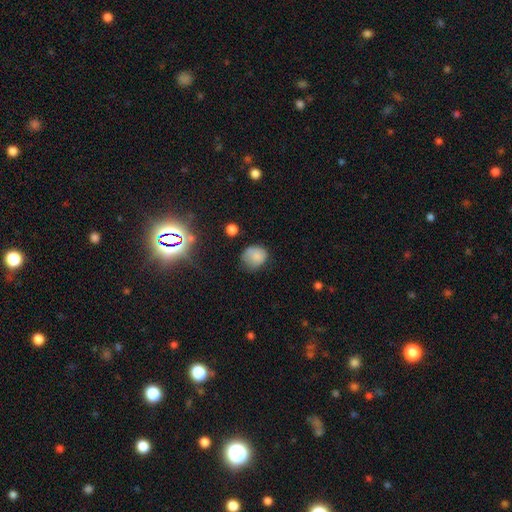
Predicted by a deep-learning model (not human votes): This is likely a smooth galaxy (79%). How rounded: likely round (72%). Merging: possibly none (57%).